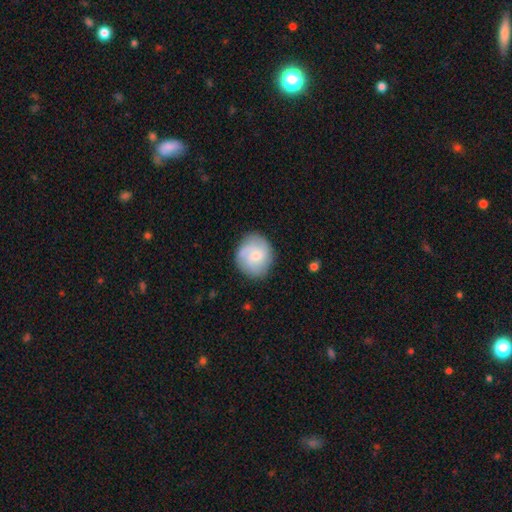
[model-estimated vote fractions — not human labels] Q: Smooth or featured?
A: smooth (48%); runner-up: featured or disk (45%)
Q: Merging?
A: none (78%); runner-up: minor disturbance (15%)